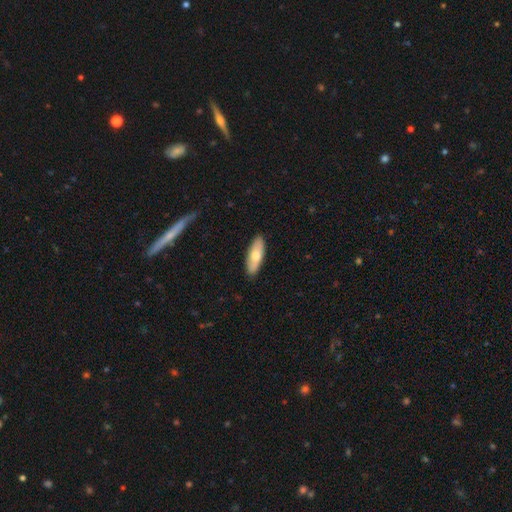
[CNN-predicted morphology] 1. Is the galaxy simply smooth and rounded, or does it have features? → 67% smooth, 27% featured or disk, 5% star or artifact.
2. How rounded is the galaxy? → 66% in between, 32% cigar-shaped, 2% round.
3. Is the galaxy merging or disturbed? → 88% none, 9% minor disturbance, 2% major disturbance, 1% merger.